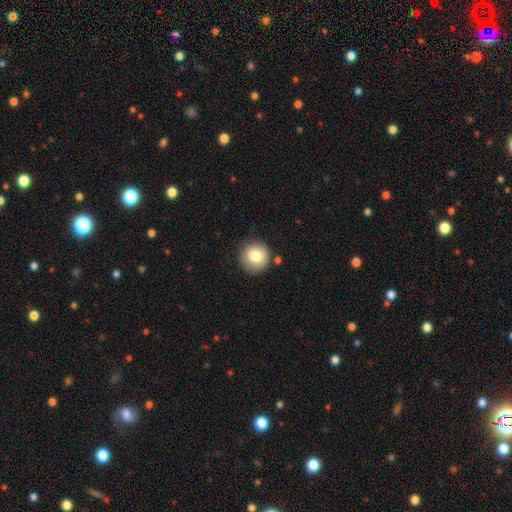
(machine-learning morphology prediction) smooth_or_featured: smooth (p=0.82) [alt: featured or disk p=0.09]
how_rounded: round (p=0.94) [alt: in between p=0.05]
merging: none (p=0.81) [alt: minor disturbance p=0.12]